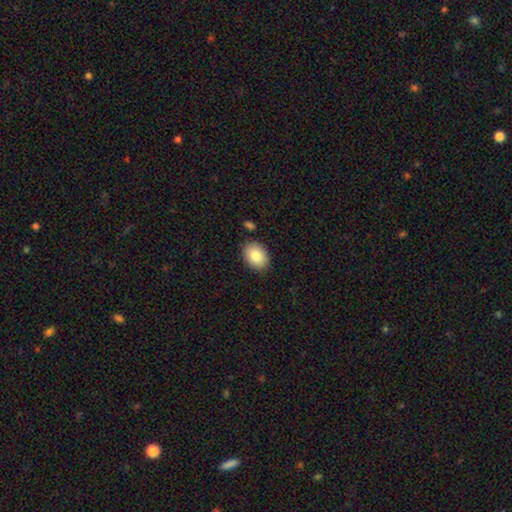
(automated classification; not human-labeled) A smooth galaxy with no disk features (84%) that is in between round and cigar-shaped (71%).

Vote fractions:
- Smooth or featured? smooth: 84% / featured or disk: 9% / star or artifact: 7%
- How rounded? in between: 71% / round: 28% / cigar-shaped: 1%
- Merging? none: 86% / minor disturbance: 9% / major disturbance: 2% / merger: 2%